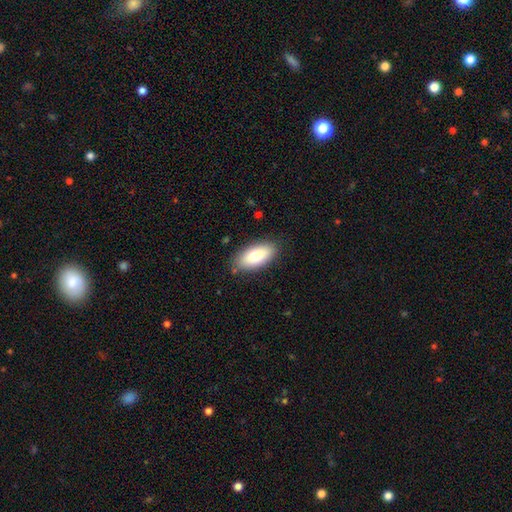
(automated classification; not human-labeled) smooth-or-featured: smooth: 79% | featured or disk: 15% | star or artifact: 7%
  how-rounded: in between: 91% | cigar-shaped: 7% | round: 2%
  merging: none: 85% | minor disturbance: 11% | major disturbance: 3% | merger: 1%